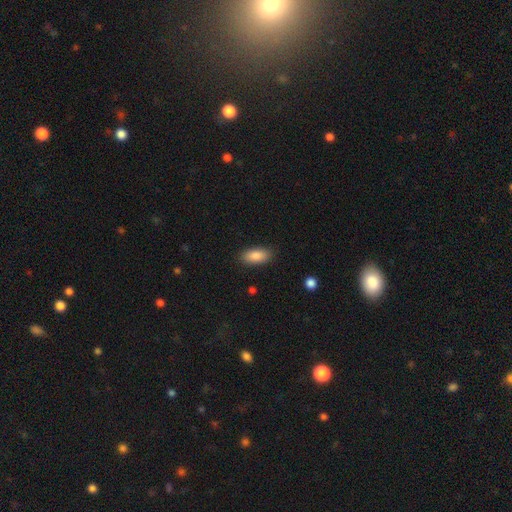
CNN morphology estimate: Overall: smooth (87%). How rounded: in between (89%). Merging: none (87%).